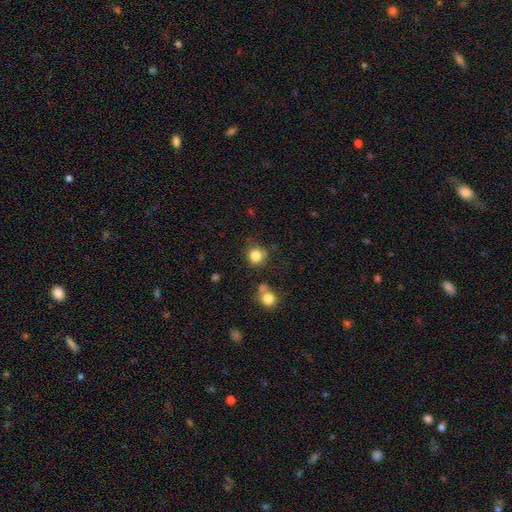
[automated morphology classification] type=smooth (83%); roundness=round (85%); merging=none (71%).